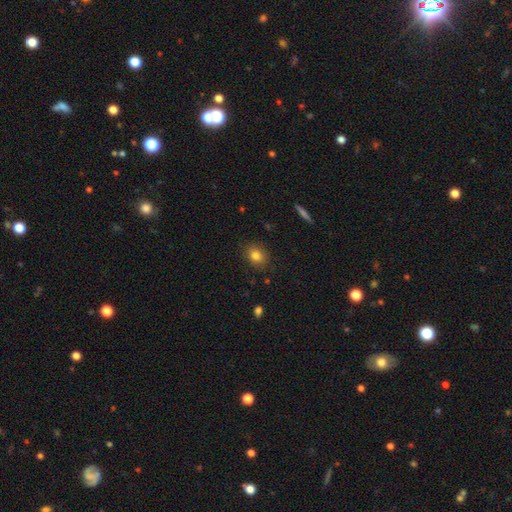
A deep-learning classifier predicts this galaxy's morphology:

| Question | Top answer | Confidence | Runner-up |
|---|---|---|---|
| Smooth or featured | smooth | 82% | star or artifact (10%) |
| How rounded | round | 53% | in between (46%) |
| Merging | none | 86% | minor disturbance (10%) |